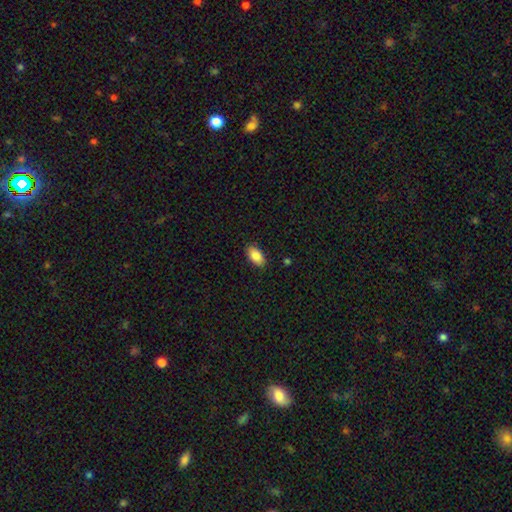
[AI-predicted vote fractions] The model was most divided on "merging": none: 88%, minor disturbance: 9%, major disturbance: 2%, merger: 1%. More confident: how rounded — in between (94%); smooth or featured — smooth (87%).